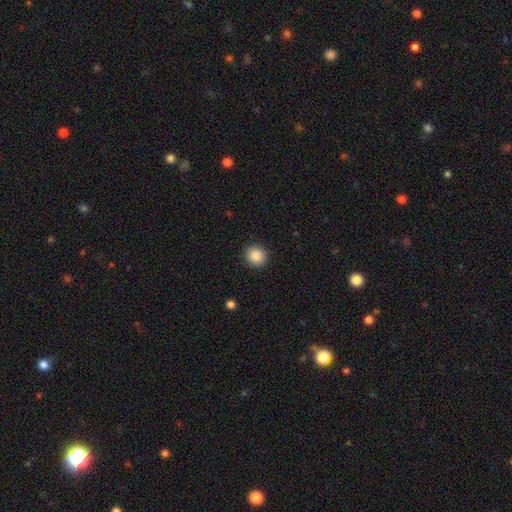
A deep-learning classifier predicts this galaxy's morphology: The model was most divided on "smooth or featured": smooth: 88%, star or artifact: 9%, featured or disk: 3%. More confident: merging — none (92%); how rounded — round (91%).